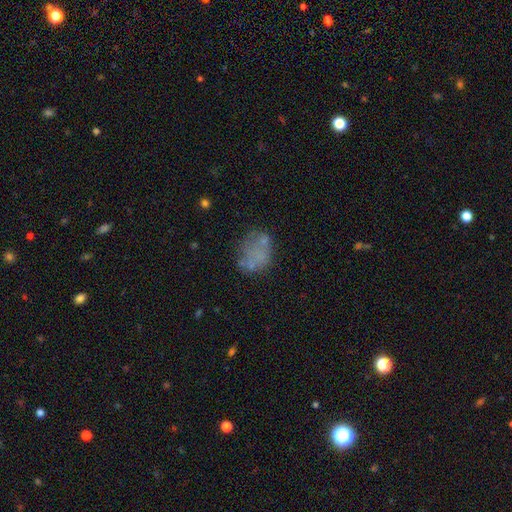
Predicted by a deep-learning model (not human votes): The model was most divided on "how rounded": in between: 56%, round: 42%, cigar-shaped: 2%. More confident: merging — none (53%); smooth or featured — smooth (50%).